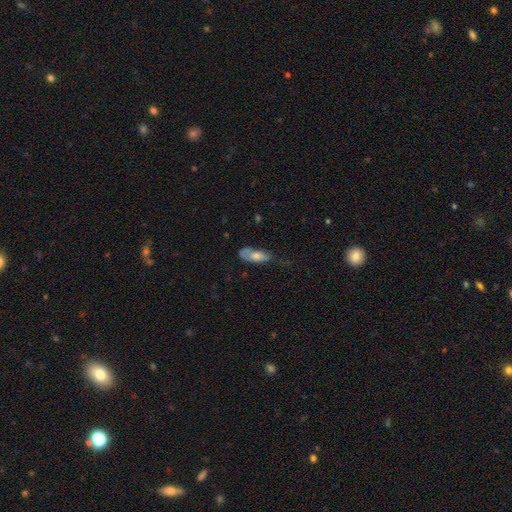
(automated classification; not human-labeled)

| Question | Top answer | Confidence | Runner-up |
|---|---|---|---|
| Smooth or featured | smooth | 67% | featured or disk (26%) |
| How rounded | in between | 77% | cigar-shaped (20%) |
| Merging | minor disturbance | 37% | none (35%) |